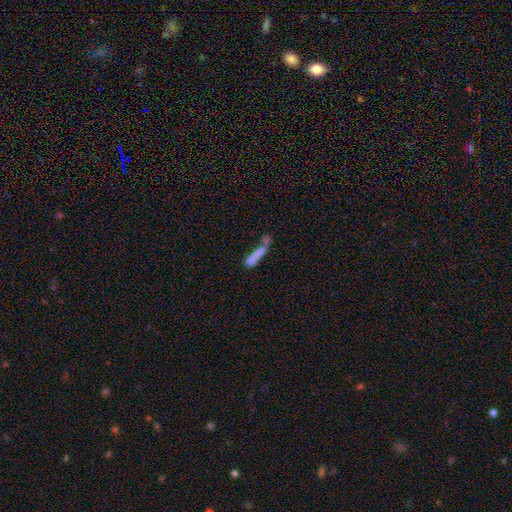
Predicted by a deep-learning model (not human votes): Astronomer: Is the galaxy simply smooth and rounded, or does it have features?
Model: smooth — 65%.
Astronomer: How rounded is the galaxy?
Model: cigar-shaped — 85%.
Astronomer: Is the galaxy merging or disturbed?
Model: merger — 35% (runner-up: none, 34%).